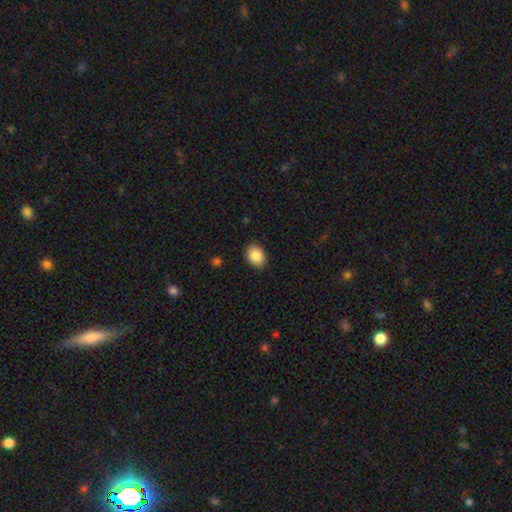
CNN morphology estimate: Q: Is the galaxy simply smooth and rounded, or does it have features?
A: smooth — 88%.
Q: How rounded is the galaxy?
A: in between — 64%.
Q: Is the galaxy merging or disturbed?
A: none — 87%.